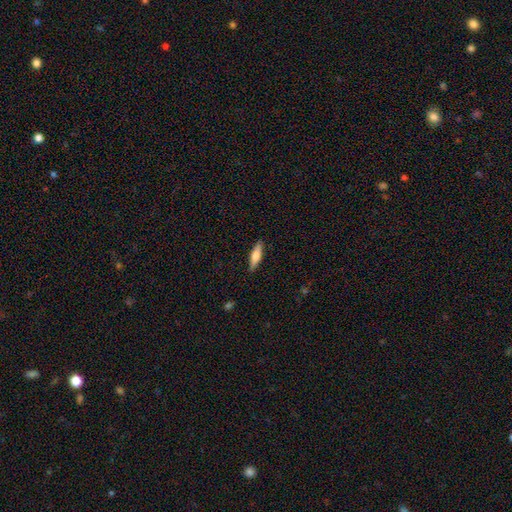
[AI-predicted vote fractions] Smooth or featured?
  - smooth: 61% *
  - featured or disk: 34%
  - star or artifact: 6%
How rounded?
  - cigar-shaped: 67% *
  - in between: 31%
  - round: 2%
Merging?
  - none: 89% *
  - minor disturbance: 8%
  - major disturbance: 2%
  - merger: 1%